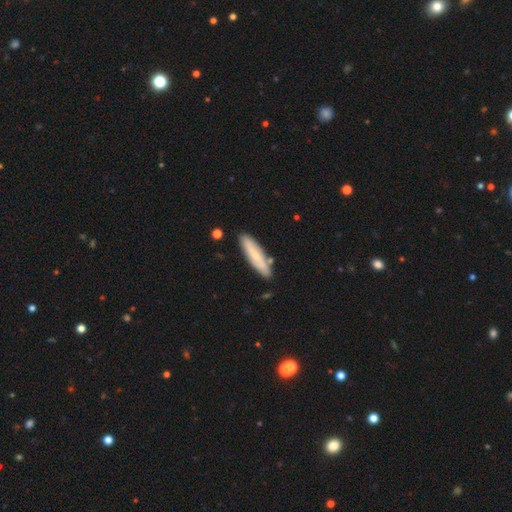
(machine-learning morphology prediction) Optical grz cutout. It shows a smooth galaxy with no disk features (62%) that is cigar-shaped (76%). Merging: none (83%).